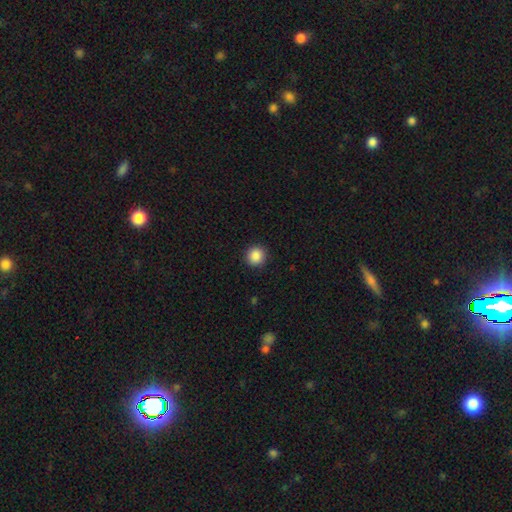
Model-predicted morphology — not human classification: Smooth or featured? Predicted: smooth (p=0.88). How rounded? Predicted: round (p=0.93). Merging? Predicted: none (p=0.92).